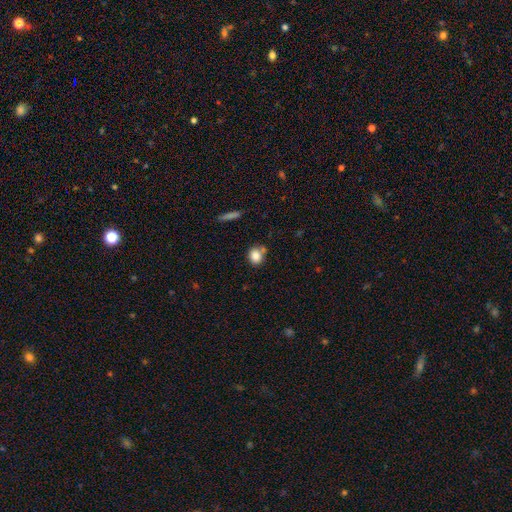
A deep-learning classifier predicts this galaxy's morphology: smooth-or-featured: smooth: 83% | star or artifact: 9% | featured or disk: 7%
  how-rounded: round: 65% | in between: 33% | cigar-shaped: 2%
  merging: none: 66% | minor disturbance: 16% | merger: 14% | major disturbance: 4%